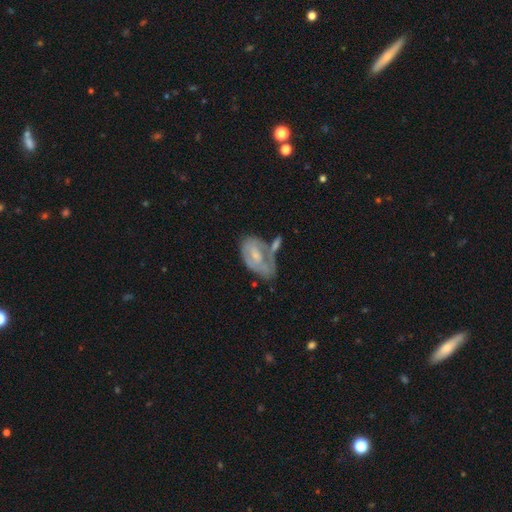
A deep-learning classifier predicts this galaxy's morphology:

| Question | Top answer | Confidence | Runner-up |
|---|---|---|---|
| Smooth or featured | featured or disk | 56% | smooth (36%) |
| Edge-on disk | no | 92% | yes (8%) |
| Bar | no | 59% | weak (33%) |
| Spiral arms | no | 52% | yes (48%) |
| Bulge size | moderate | 47% | small (37%) |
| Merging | merger | 32% | none (29%) |